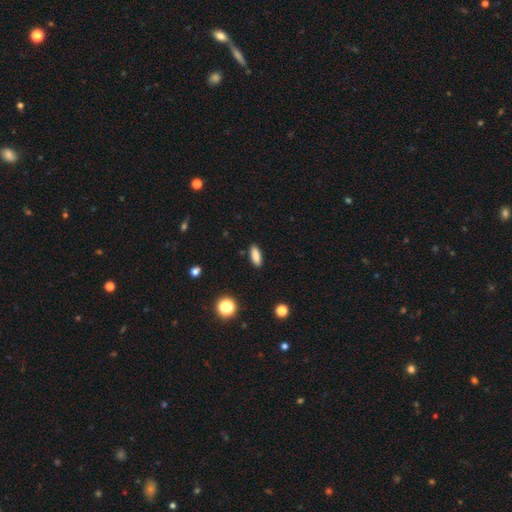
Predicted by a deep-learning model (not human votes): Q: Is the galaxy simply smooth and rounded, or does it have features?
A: smooth — 84%.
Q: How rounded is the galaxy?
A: in between — 65%.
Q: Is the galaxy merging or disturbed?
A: none — 89%.